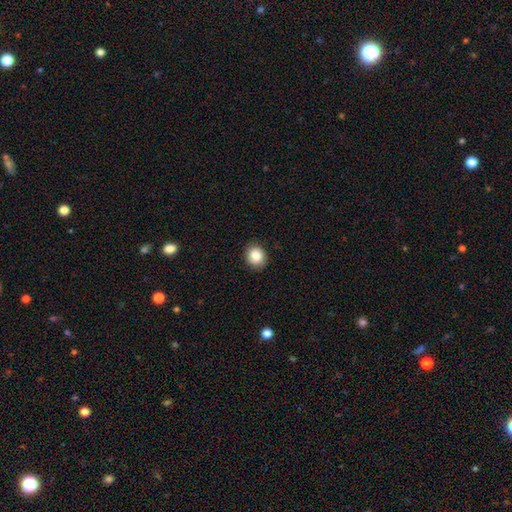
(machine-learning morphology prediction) smooth_or_featured: smooth (p=0.84) [alt: star or artifact p=0.09]
how_rounded: round (p=0.71) [alt: in between p=0.28]
merging: none (p=0.87) [alt: minor disturbance p=0.09]